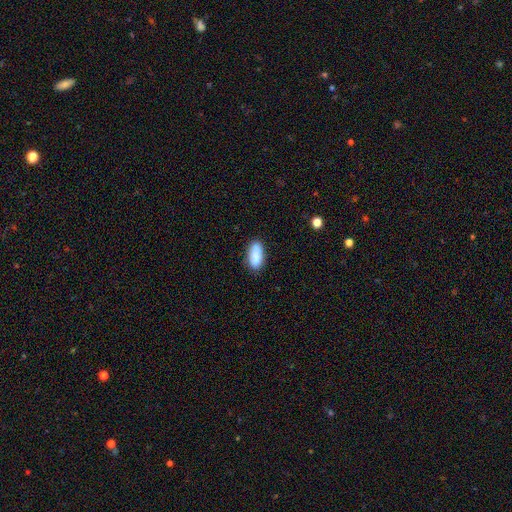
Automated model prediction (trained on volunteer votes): Smooth or featured: smooth — 86% (star or artifact — 7%)
How rounded: in between — 88% (cigar-shaped — 10%)
Merging: none — 78% (minor disturbance — 16%)